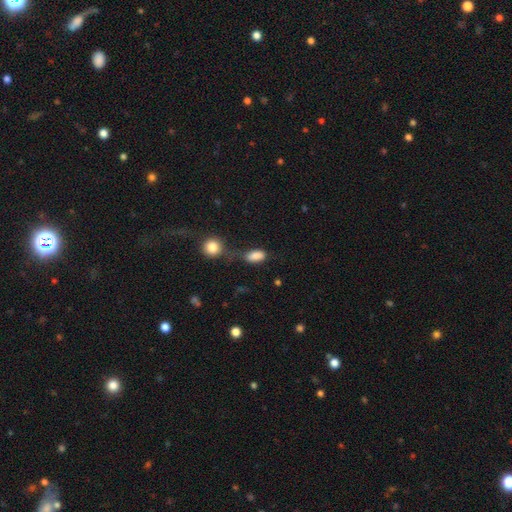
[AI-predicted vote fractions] A smooth galaxy with no disk features (85%) that is in between round and cigar-shaped (88%).

Vote fractions:
- Smooth or featured? smooth: 85% / star or artifact: 9% / featured or disk: 6%
- How rounded? in between: 88% / round: 7% / cigar-shaped: 4%
- Merging? none: 48% / minor disturbance: 22% / merger: 18% / major disturbance: 11%